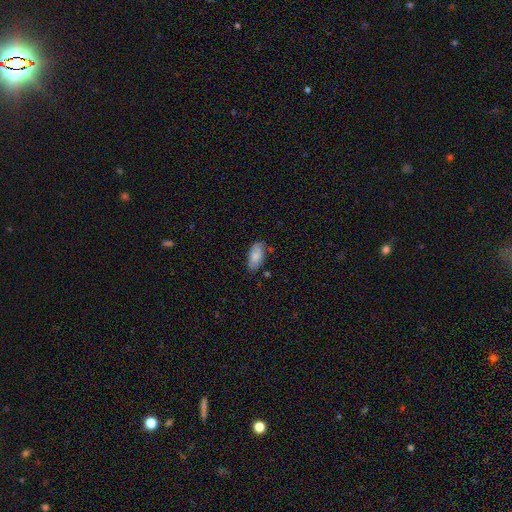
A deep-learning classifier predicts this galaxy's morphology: A smooth galaxy with no disk features (82%) that is in between round and cigar-shaped (92%).

Vote fractions:
- Smooth or featured? smooth: 82% / featured or disk: 12% / star or artifact: 6%
- How rounded? in between: 92% / cigar-shaped: 6% / round: 2%
- Merging? none: 77% / minor disturbance: 17% / major disturbance: 3% / merger: 3%